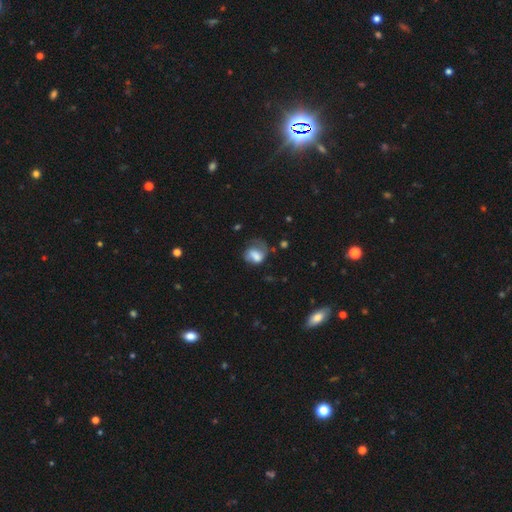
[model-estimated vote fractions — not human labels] smooth 58%, featured or disk 32%, star or artifact 10%. Down the decision tree: how rounded — in between (53%); merging — major disturbance (35%).